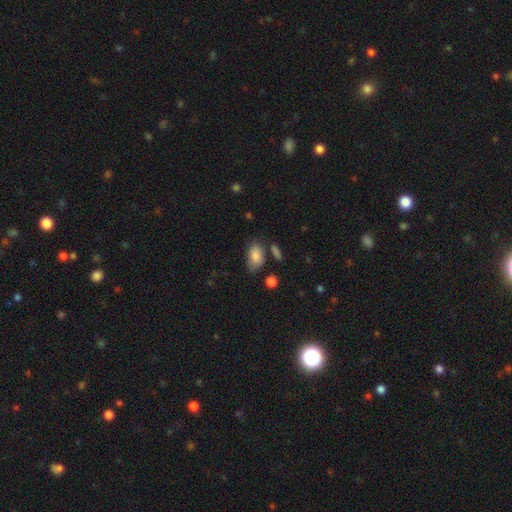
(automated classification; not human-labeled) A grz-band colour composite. It shows a smooth galaxy with no disk features (84%) that is in between round and cigar-shaped (92%). Merging: none (66%).